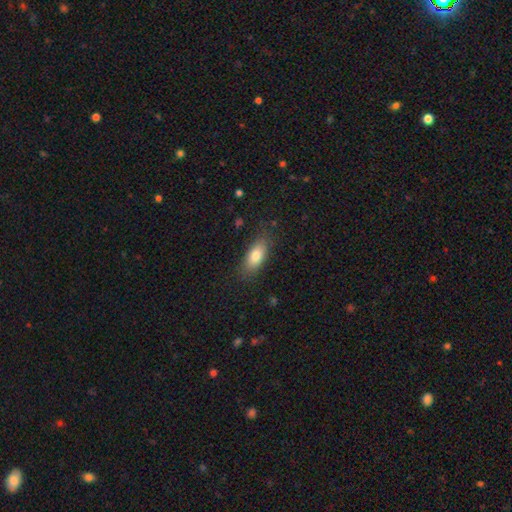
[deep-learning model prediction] A smooth galaxy with no disk features (80%) that is in between round and cigar-shaped (82%). Merging: none (81%).